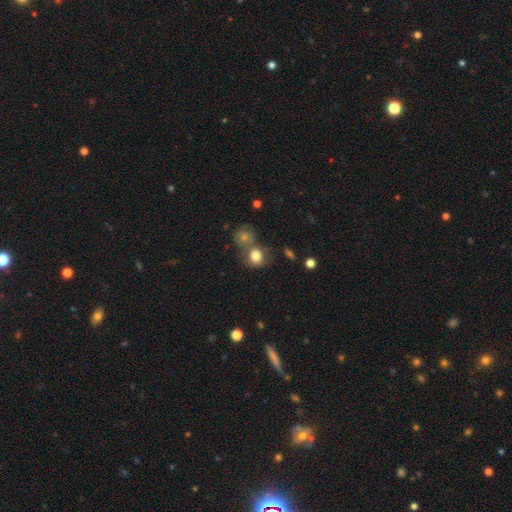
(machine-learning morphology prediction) This appears to be a smooth galaxy with no disk features (80%) that is round (69%). Merging: none (45%).